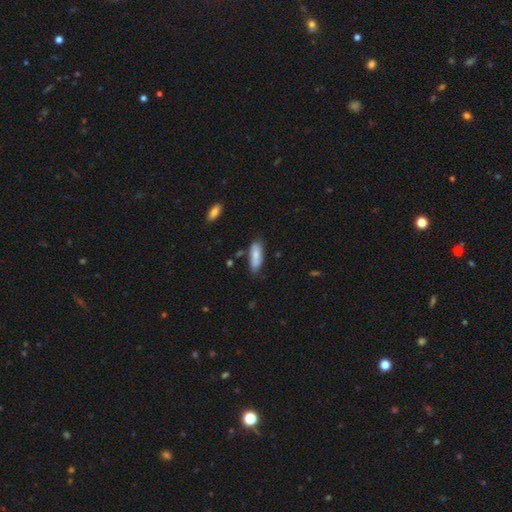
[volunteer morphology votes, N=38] smooth-or-featured: smooth: 76% | featured or disk: 21% | star or artifact: 3%
  how-rounded: in between: 55% | cigar-shaped: 45% | round: 0%
  merging: none: 70% | minor disturbance: 22% | major disturbance: 5% | merger: 3%